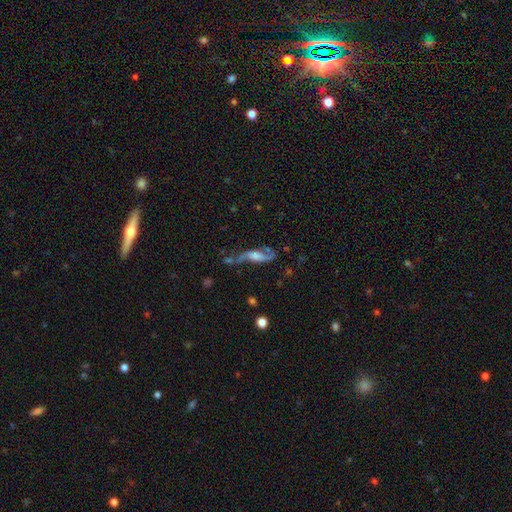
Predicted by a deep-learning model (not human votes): Smooth or featured: featured or disk — 76% (smooth — 15%)
Edge-on disk: no — 81% (yes — 19%)
Bar: no — 51% (weak — 36%)
Spiral arms: yes — 91% (no — 9%)
Spiral winding: loose — 68% (medium — 25%)
Spiral arm count: 2 — 87% (can't tell — 5%)
Bulge size: moderate — 37% (small — 23%)
Merging: none — 51% (minor disturbance — 21%)